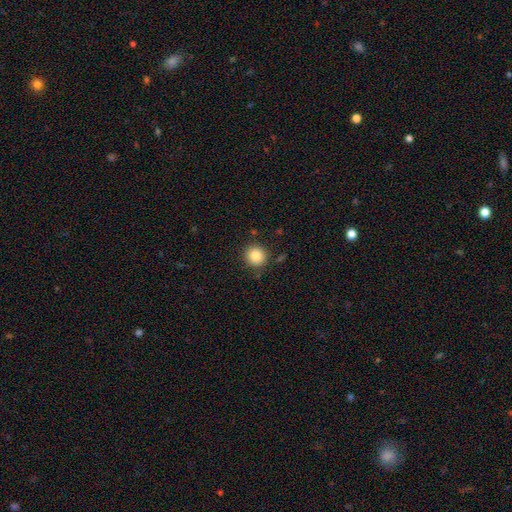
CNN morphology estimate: Overall: smooth (85%). How rounded: round (92%). Merging: none (88%).